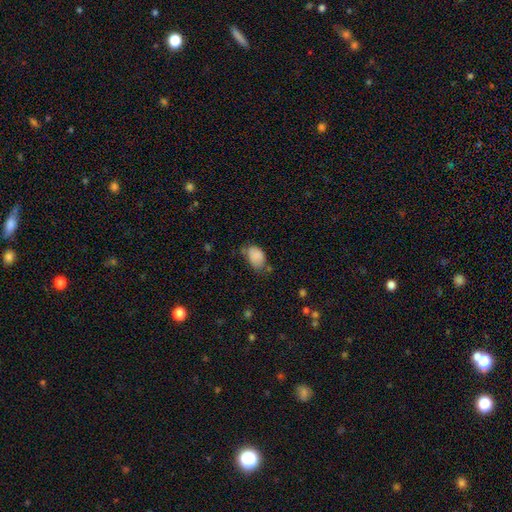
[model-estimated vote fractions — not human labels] Smooth or featured? Predicted: smooth (p=0.83). How rounded? Predicted: in between (p=0.84). Merging? Predicted: none (p=0.44).